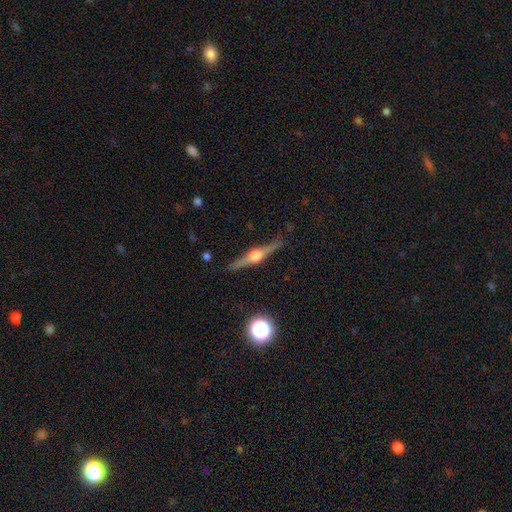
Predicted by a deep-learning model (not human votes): Smooth or featured? Predicted: featured or disk (p=0.83). Edge-on disk? Predicted: yes (p=0.98). Edge-on bulge? Predicted: rounded (p=0.92). Merging? Predicted: none (p=0.88).